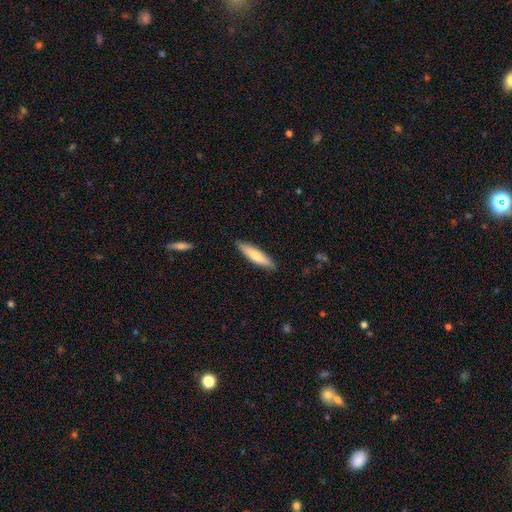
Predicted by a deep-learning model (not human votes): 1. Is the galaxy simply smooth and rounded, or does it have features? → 70% smooth, 25% featured or disk, 5% star or artifact.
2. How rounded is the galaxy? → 77% cigar-shaped, 21% in between, 1% round.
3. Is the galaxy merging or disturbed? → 88% none, 9% minor disturbance, 2% major disturbance, 1% merger.